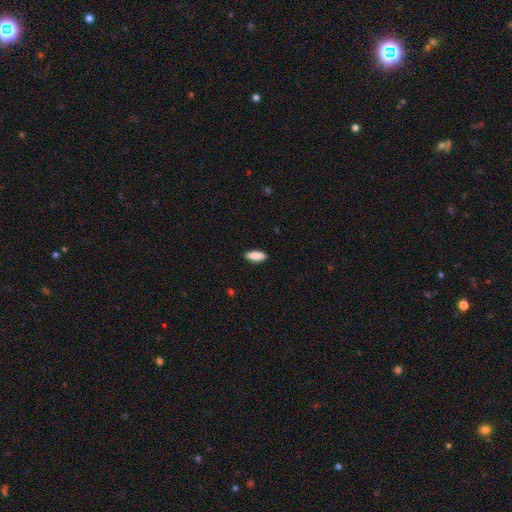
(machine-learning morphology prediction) This appears to be a smooth galaxy with no disk features (88%) that is in between round and cigar-shaped (71%). Merging: none (89%).